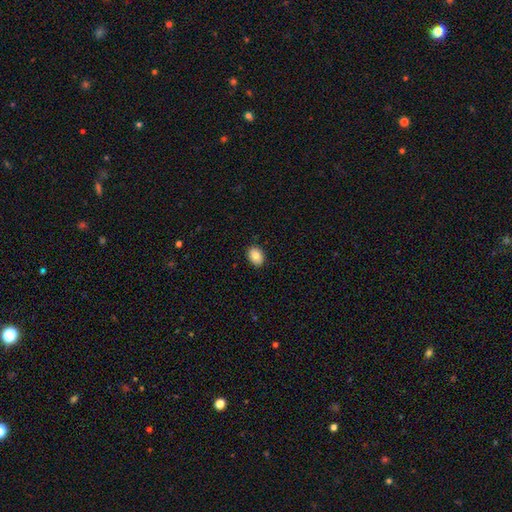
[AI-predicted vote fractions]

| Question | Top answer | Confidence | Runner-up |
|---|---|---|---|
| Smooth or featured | smooth | 83% | featured or disk (9%) |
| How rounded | in between | 73% | round (26%) |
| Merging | none | 89% | minor disturbance (8%) |